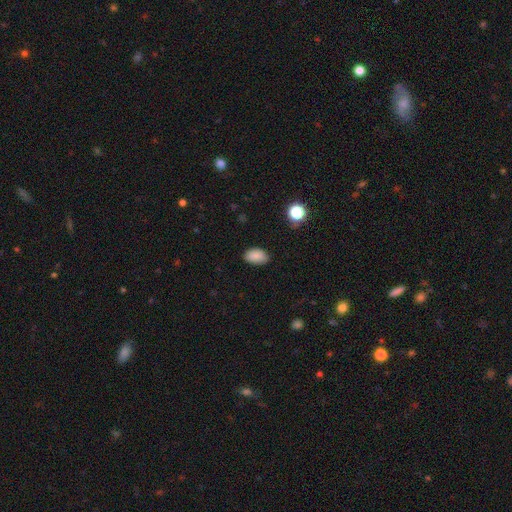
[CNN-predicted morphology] A smooth galaxy with no disk features (87%) that is in between round and cigar-shaped (90%). Merging: none (80%).